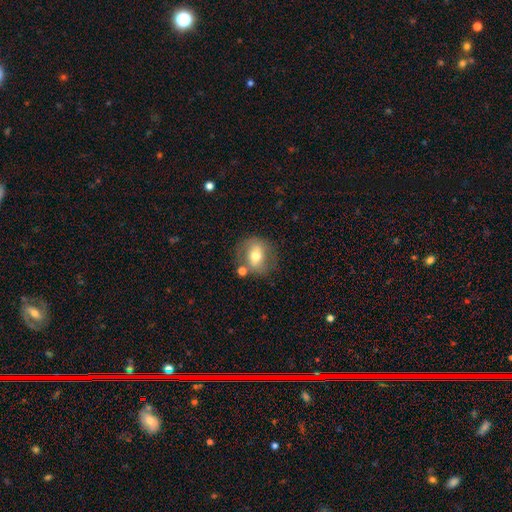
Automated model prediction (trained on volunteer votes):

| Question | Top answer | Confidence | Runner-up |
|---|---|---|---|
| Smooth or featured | smooth | 55% | featured or disk (37%) |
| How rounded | round | 59% | in between (39%) |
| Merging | none | 66% | minor disturbance (16%) |